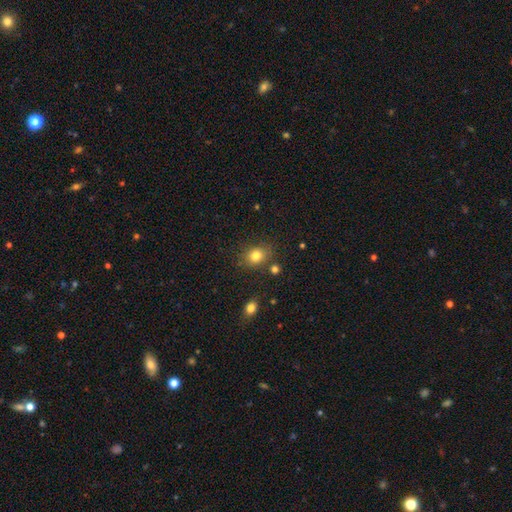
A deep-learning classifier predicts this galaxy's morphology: Smooth or featured? Predicted: smooth (p=0.80). How rounded? Predicted: round (p=0.55). Merging? Predicted: none (p=0.78).